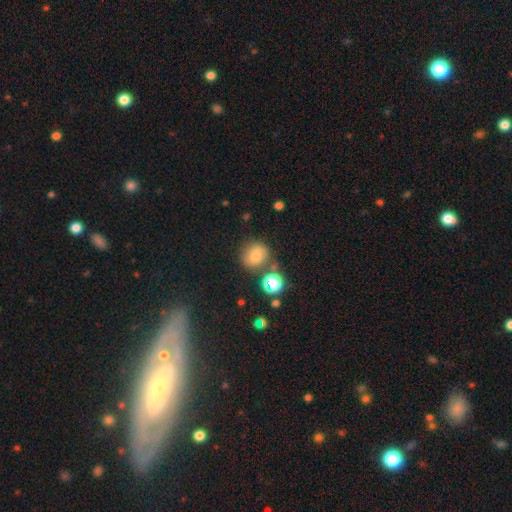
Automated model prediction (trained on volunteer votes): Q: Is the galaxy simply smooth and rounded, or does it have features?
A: smooth — 67%.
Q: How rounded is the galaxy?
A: round — 84%.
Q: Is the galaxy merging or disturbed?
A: none — 69%.